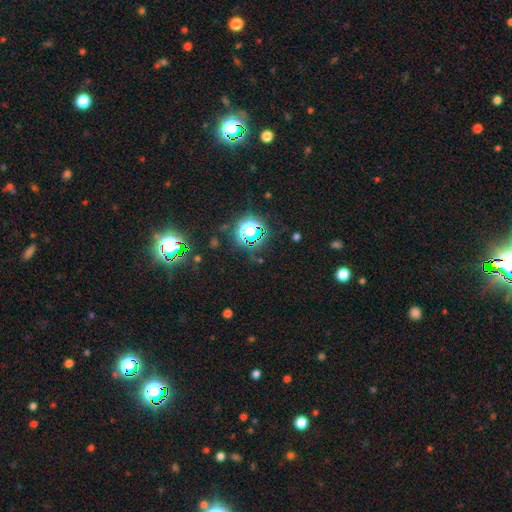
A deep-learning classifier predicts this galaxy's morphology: smooth-or-featured: star or artifact: 78% | smooth: 14% | featured or disk: 8%